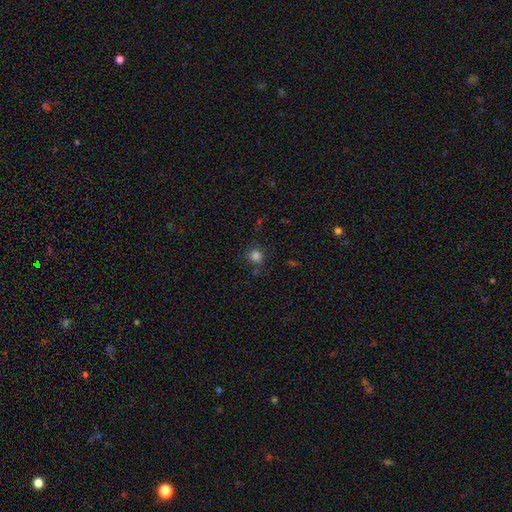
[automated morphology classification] Smooth or featured: smooth — 81% (star or artifact — 15%)
How rounded: round — 86% (in between — 13%)
Merging: none — 77% (minor disturbance — 14%)